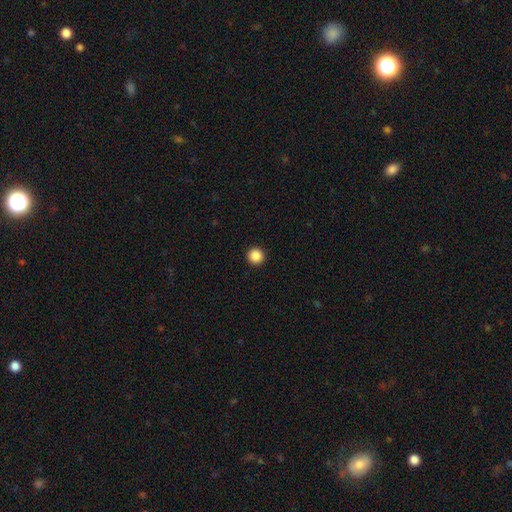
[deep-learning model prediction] A smooth galaxy with no disk features (87%) that is round (97%). Merging: none (94%).